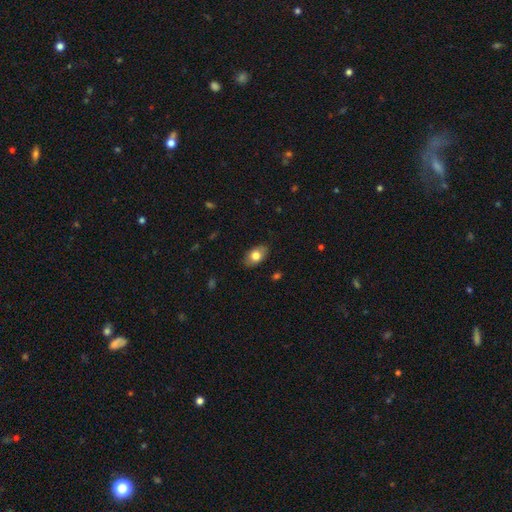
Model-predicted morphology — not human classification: smooth_or_featured: smooth (p=0.77) [alt: featured or disk p=0.16]
how_rounded: in between (p=0.88) [alt: round p=0.10]
merging: none (p=0.84) [alt: minor disturbance p=0.13]